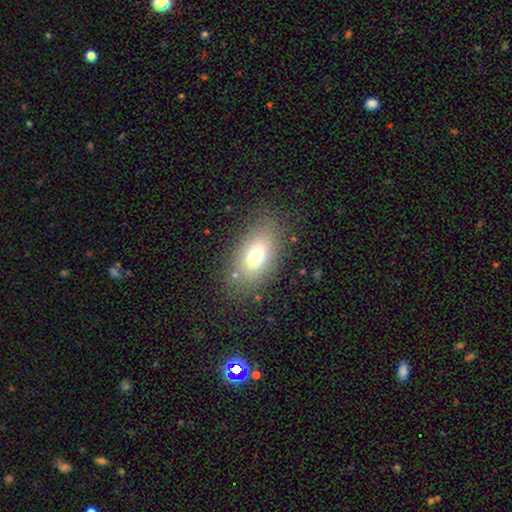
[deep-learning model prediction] A smooth galaxy with no disk features (71%) that is in between round and cigar-shaped (83%).

Vote fractions:
- Smooth or featured? smooth: 71% / featured or disk: 16% / star or artifact: 13%
- How rounded? in between: 83% / round: 14% / cigar-shaped: 3%
- Merging? none: 81% / minor disturbance: 11% / major disturbance: 6% / merger: 2%